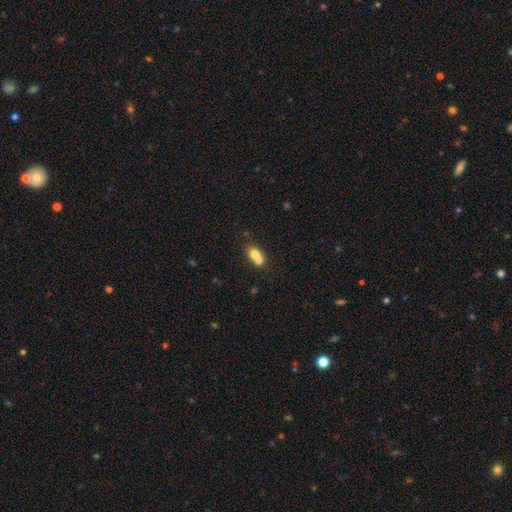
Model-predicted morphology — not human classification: This appears to be a smooth galaxy with no disk features (71%) that is in between round and cigar-shaped (67%). Merging: merger (59%).